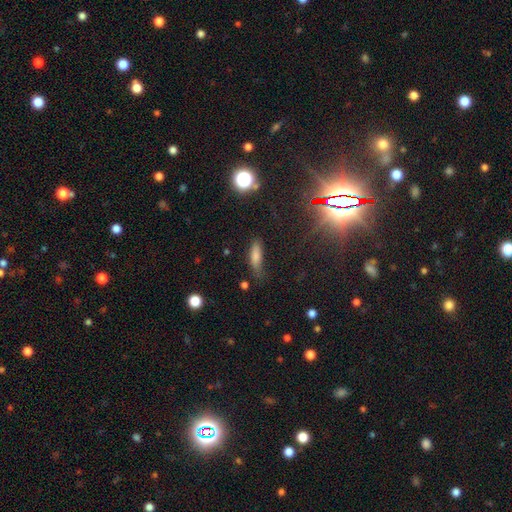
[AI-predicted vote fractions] smooth 75%, featured or disk 13%, star or artifact 13%. Down the decision tree: how rounded — cigar-shaped (55%); merging — none (61%).